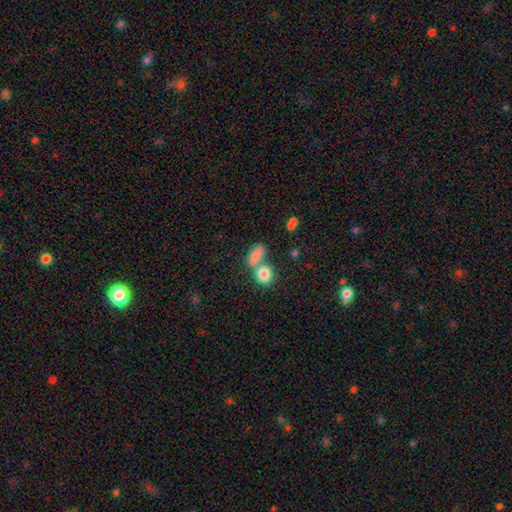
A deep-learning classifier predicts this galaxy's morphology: This appears to be a smooth galaxy with no disk features (83%) that is in between round and cigar-shaped (73%). Merging: merger (45%).